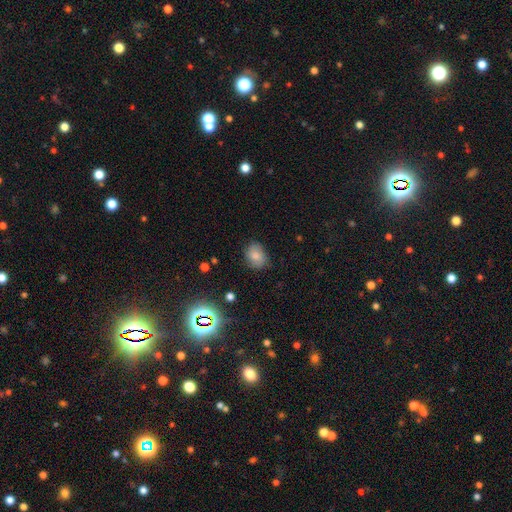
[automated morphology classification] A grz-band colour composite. It shows a smooth galaxy with no disk features (75%) that is in between round and cigar-shaped (55%). Merging: none (75%).